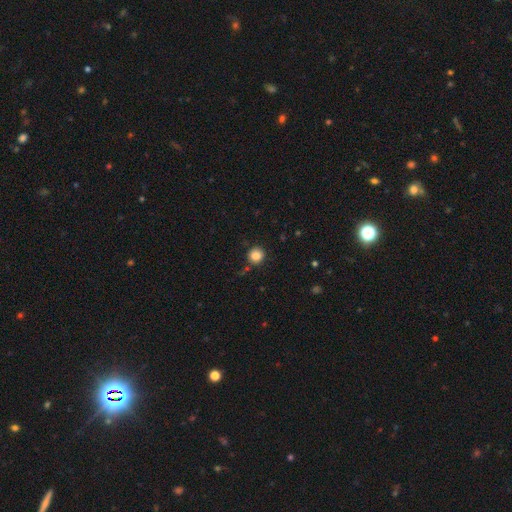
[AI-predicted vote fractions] A smooth galaxy with no disk features (85%) that is round (90%). Merging: none (84%).